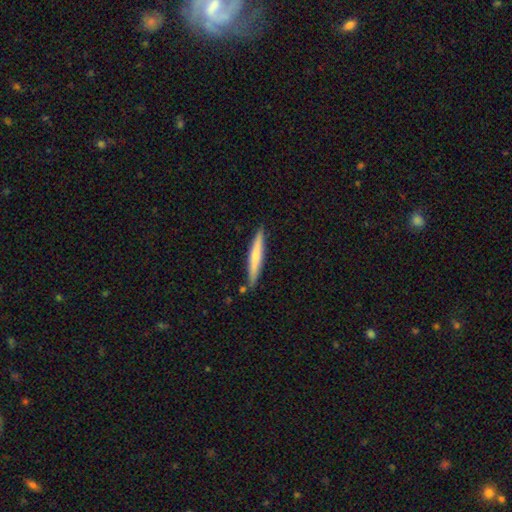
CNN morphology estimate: A smooth galaxy with no disk features (59%) that is cigar-shaped (95%). Merging: none (84%).